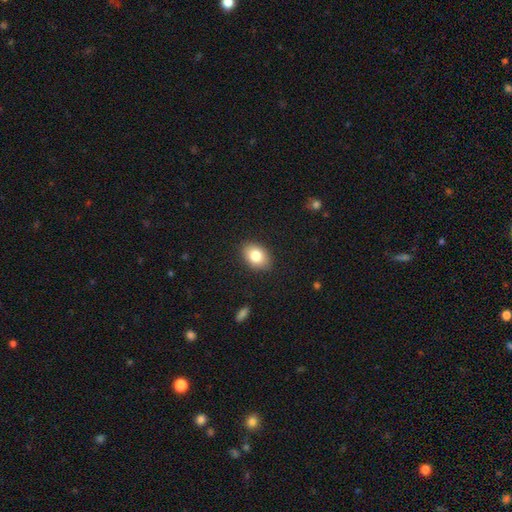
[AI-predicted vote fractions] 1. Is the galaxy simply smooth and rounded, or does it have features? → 82% smooth, 10% featured or disk, 8% star or artifact.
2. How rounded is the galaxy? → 81% in between, 18% round, 1% cigar-shaped.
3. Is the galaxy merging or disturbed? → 87% none, 10% minor disturbance, 2% major disturbance, 1% merger.